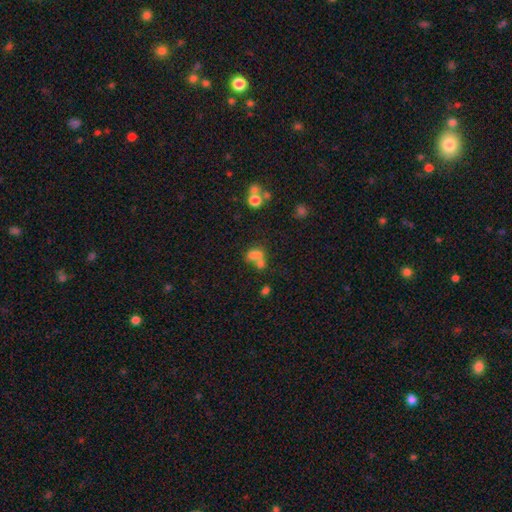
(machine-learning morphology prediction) This appears to be a smooth galaxy with no disk features (65%) that is in between round and cigar-shaped (63%). Merging: merger (58%).